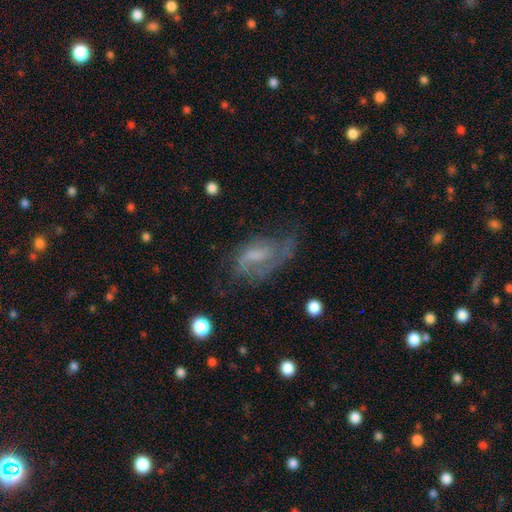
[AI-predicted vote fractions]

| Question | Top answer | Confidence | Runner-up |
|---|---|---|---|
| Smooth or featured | featured or disk | 61% | smooth (29%) |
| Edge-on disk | no | 94% | yes (6%) |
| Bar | no | 45% | weak (43%) |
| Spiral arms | yes | 74% | no (26%) |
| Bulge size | none | 35% | moderate (29%) |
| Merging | none | 41% | major disturbance (31%) |